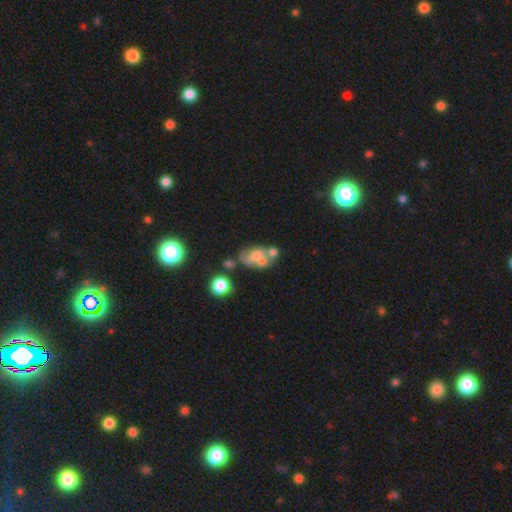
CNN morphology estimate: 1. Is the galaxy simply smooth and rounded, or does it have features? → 48% featured or disk, 39% smooth, 13% star or artifact.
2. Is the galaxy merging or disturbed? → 44% merger, 25% none, 15% minor disturbance, 15% major disturbance.